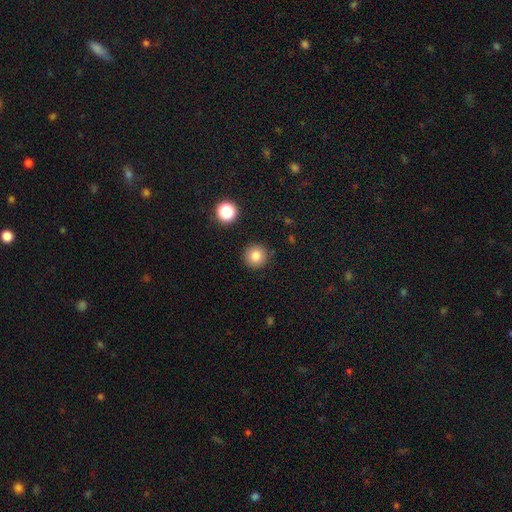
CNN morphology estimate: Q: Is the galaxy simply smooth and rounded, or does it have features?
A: smooth — 82%.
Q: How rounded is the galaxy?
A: round — 95%.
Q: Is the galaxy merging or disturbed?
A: none — 90%.